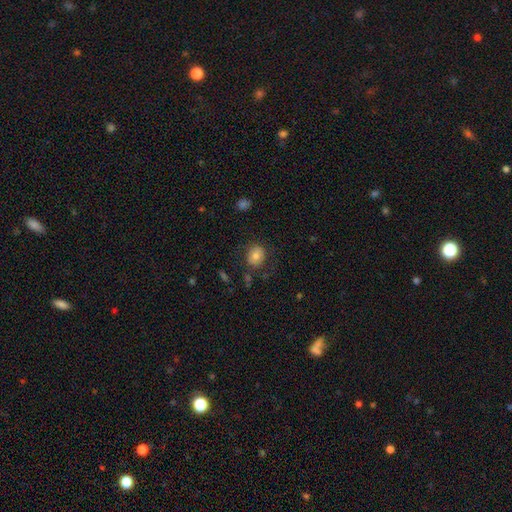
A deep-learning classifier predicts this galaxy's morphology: The model was most divided on "how rounded": round: 62%, in between: 37%, cigar-shaped: 1%. More confident: merging — none (78%); smooth or featured — smooth (76%).